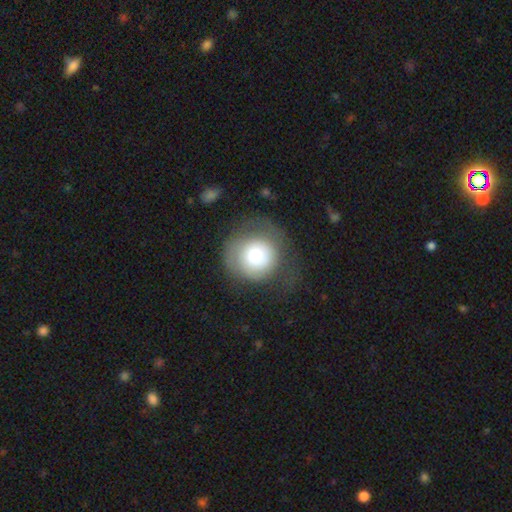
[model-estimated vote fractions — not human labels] Smooth or featured? Predicted: smooth (p=0.65). How rounded? Predicted: round (p=0.90). Merging? Predicted: none (p=0.49).